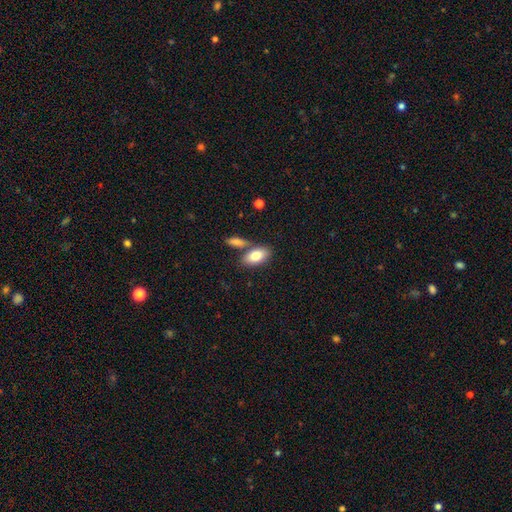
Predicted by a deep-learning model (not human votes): Overall: smooth (81%). How rounded: in between (91%). Merging: none (61%; merger 24%).